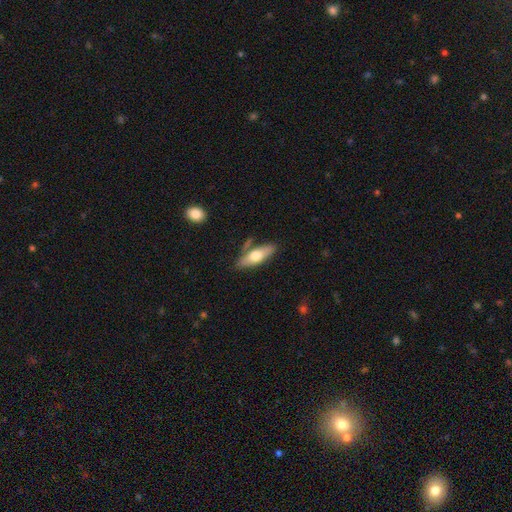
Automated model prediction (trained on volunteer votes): Q: Smooth or featured?
A: smooth (58%); runner-up: featured or disk (36%)
Q: How rounded?
A: in between (56%); runner-up: cigar-shaped (41%)
Q: Merging?
A: none (71%); runner-up: minor disturbance (16%)